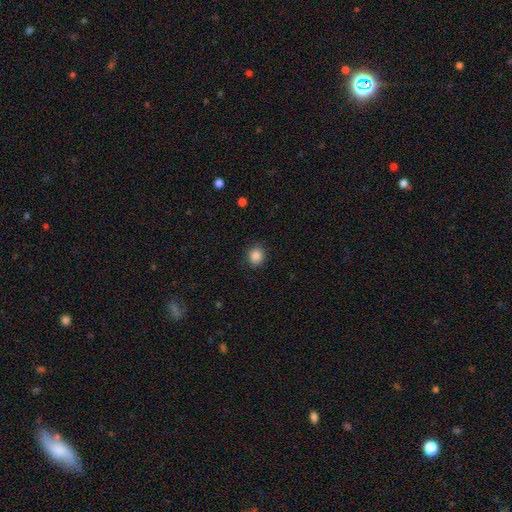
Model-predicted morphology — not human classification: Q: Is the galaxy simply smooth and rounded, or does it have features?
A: smooth — 87%.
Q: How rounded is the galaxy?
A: round — 79%.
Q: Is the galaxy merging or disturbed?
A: none — 87%.